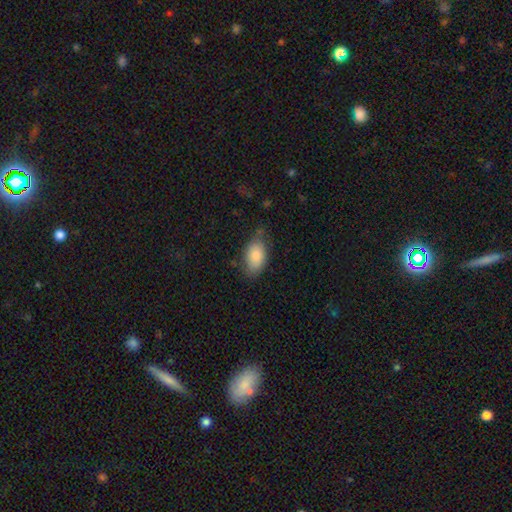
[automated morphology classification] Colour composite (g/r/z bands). It shows a smooth galaxy with no disk features (86%) that is in between round and cigar-shaped (93%). Merging: none (67%).